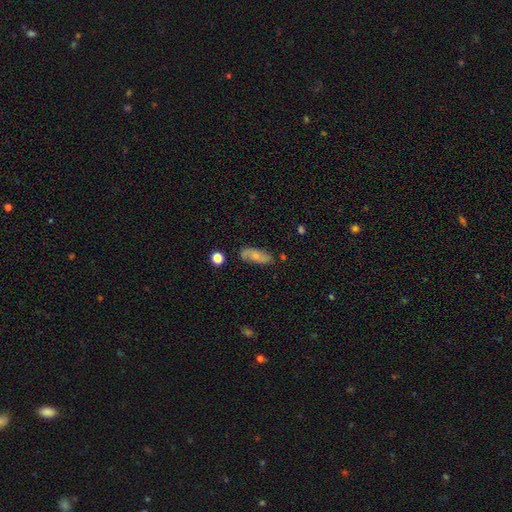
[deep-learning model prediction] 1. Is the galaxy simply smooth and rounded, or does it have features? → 53% smooth, 40% featured or disk, 7% star or artifact.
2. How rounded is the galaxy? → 68% in between, 28% cigar-shaped, 4% round.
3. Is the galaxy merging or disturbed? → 78% none, 16% minor disturbance, 3% major disturbance, 3% merger.